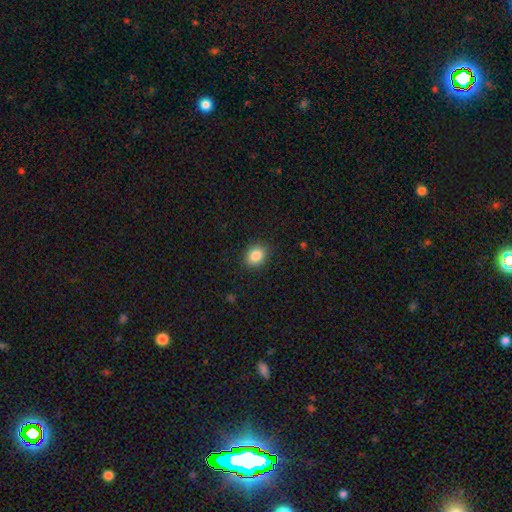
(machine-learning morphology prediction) A smooth galaxy with no disk features (85%) that is round (55%). Merging: none (88%).